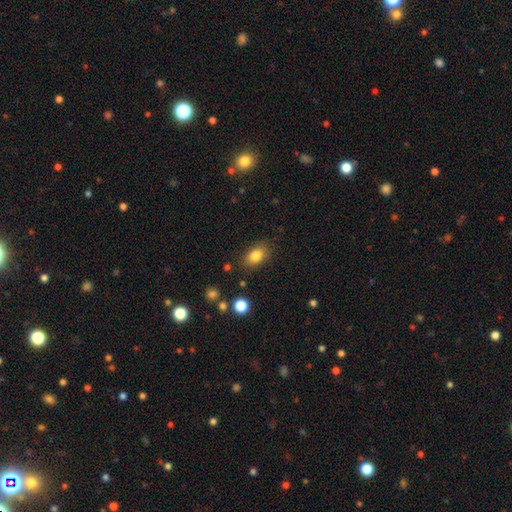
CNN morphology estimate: smooth-or-featured: smooth: 83% | star or artifact: 9% | featured or disk: 8%
  how-rounded: in between: 83% | round: 15% | cigar-shaped: 2%
  merging: none: 83% | minor disturbance: 12% | major disturbance: 3% | merger: 2%